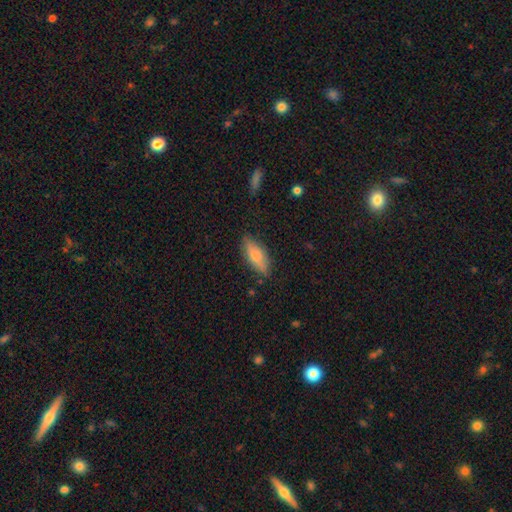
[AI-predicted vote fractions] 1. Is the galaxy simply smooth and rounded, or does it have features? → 71% smooth, 22% featured or disk, 7% star or artifact.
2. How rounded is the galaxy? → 63% in between, 34% cigar-shaped, 2% round.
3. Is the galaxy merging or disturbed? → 80% none, 15% minor disturbance, 3% major disturbance, 2% merger.